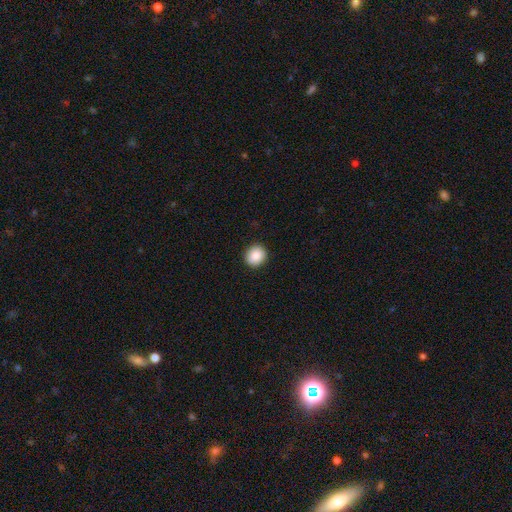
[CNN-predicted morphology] The model was most divided on "how rounded": round: 79%, in between: 20%, cigar-shaped: 1%. More confident: merging — none (92%); smooth or featured — smooth (87%).